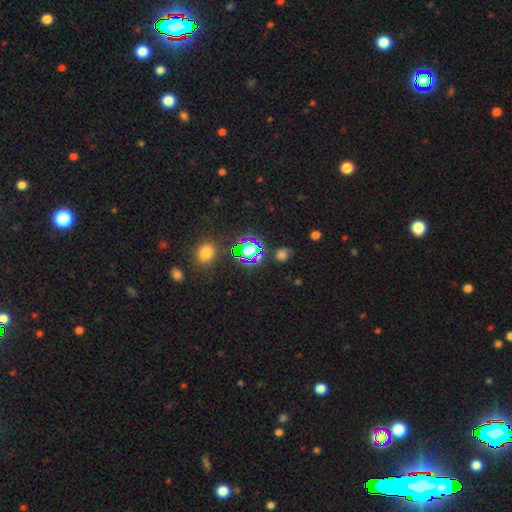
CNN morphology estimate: type=star or artifact (68%).